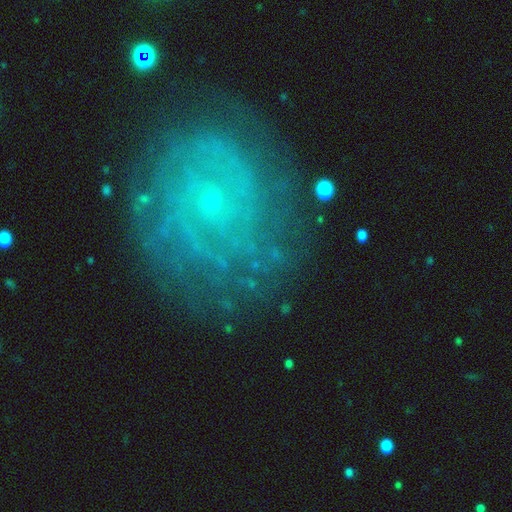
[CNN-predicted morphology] Q: Smooth or featured?
A: featured or disk (77%); runner-up: smooth (13%)
Q: Edge-on disk?
A: no (97%); runner-up: yes (3%)
Q: Bar?
A: no (78%); runner-up: weak (18%)
Q: Spiral arms?
A: yes (89%); runner-up: no (11%)
Q: Spiral winding?
A: tight (68%); runner-up: medium (24%)
Q: Spiral arm count?
A: can't tell (44%); runner-up: 2 (16%)
Q: Bulge size?
A: small (84%); runner-up: moderate (8%)
Q: Merging?
A: none (76%); runner-up: minor disturbance (15%)